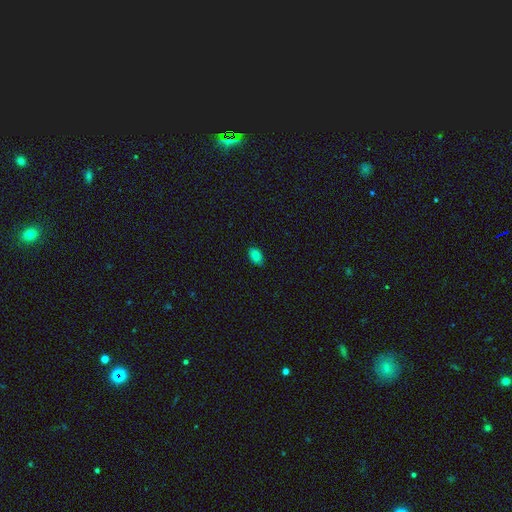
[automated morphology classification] smooth_or_featured: smooth (p=0.81) [alt: star or artifact p=0.10]
how_rounded: in between (p=0.88) [alt: round p=0.11]
merging: none (p=0.87) [alt: minor disturbance p=0.11]